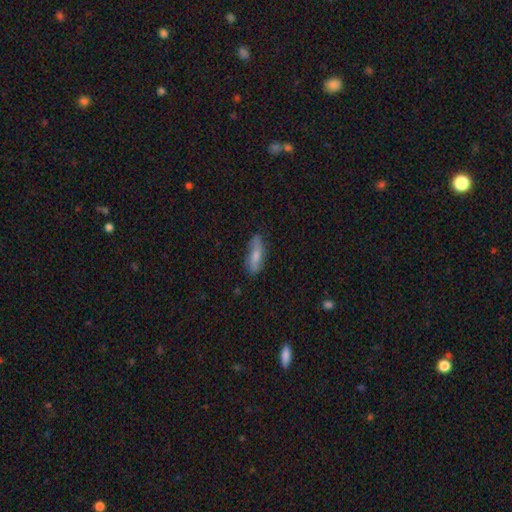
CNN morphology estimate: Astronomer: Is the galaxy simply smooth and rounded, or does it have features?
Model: smooth — 69%.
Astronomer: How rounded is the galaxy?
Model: in between — 56% (runner-up: cigar-shaped, 42%).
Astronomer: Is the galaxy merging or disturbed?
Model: none — 74%.